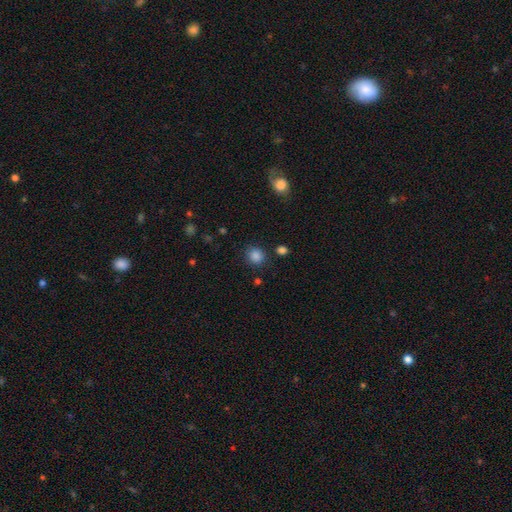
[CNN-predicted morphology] This is clearly a smooth galaxy (85%). How rounded: clearly round (83%). Merging: clearly none (84%).